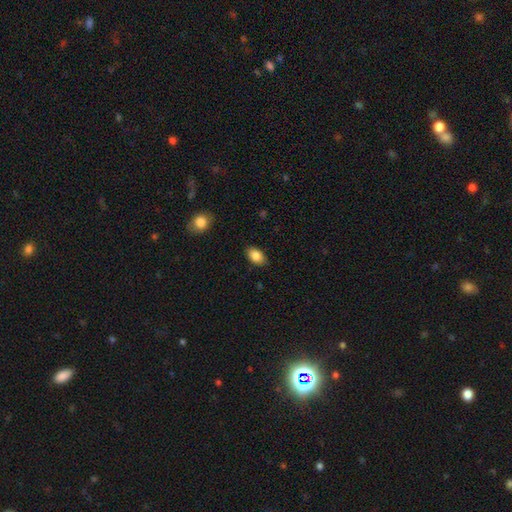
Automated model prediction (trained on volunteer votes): smooth-or-featured: smooth: 86% | star or artifact: 8% | featured or disk: 6%
  how-rounded: in between: 89% | round: 10% | cigar-shaped: 1%
  merging: none: 85% | minor disturbance: 11% | major disturbance: 2% | merger: 1%